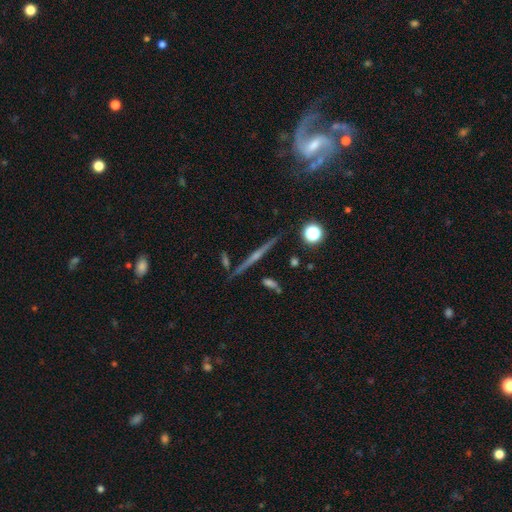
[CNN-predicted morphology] smooth-or-featured: featured or disk: 79% | smooth: 12% | star or artifact: 9%
  disk-edge-on: yes: 98% | no: 2%
    edge-on-bulge: rounded: 72% | none: 20% | boxy: 9%
  merging: none: 88% | minor disturbance: 7% | merger: 3% | major disturbance: 2%